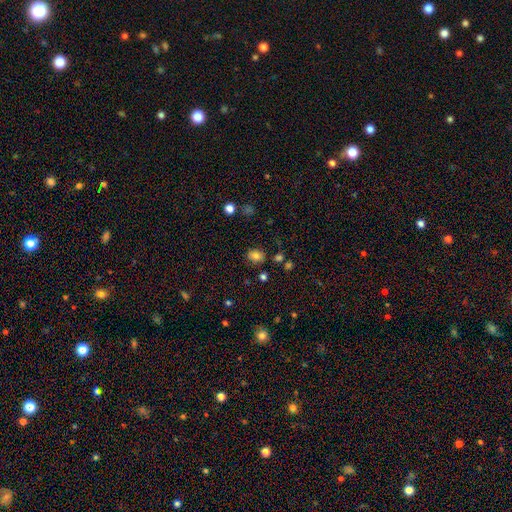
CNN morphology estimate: Q: Smooth or featured?
A: smooth (78%); runner-up: star or artifact (14%)
Q: How rounded?
A: round (50%); runner-up: in between (49%)
Q: Merging?
A: none (82%); runner-up: minor disturbance (12%)